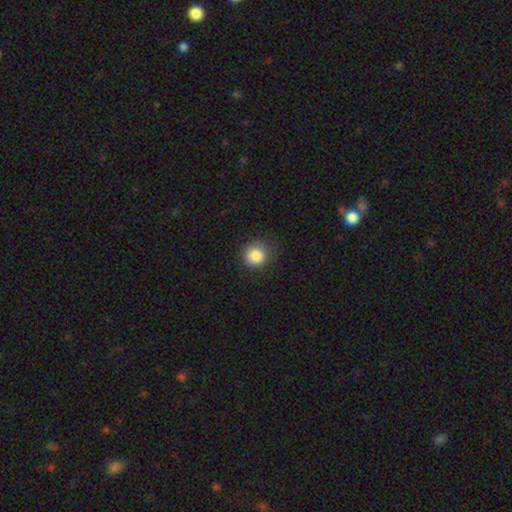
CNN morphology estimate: Overall: smooth (86%). How rounded: round (90%). Merging: none (81%).